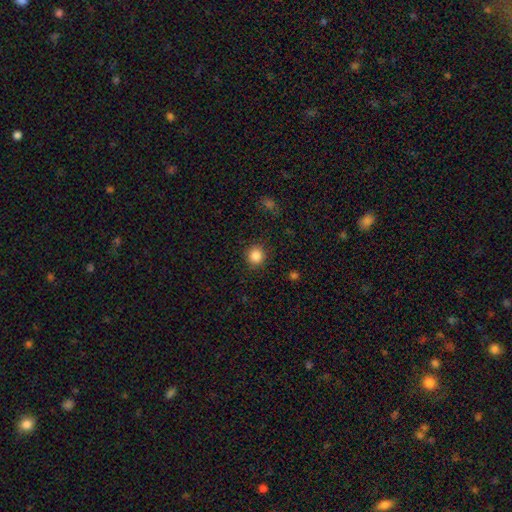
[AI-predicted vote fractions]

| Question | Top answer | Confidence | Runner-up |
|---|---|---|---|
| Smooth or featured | smooth | 86% | star or artifact (10%) |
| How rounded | round | 91% | in between (8%) |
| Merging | none | 89% | minor disturbance (7%) |